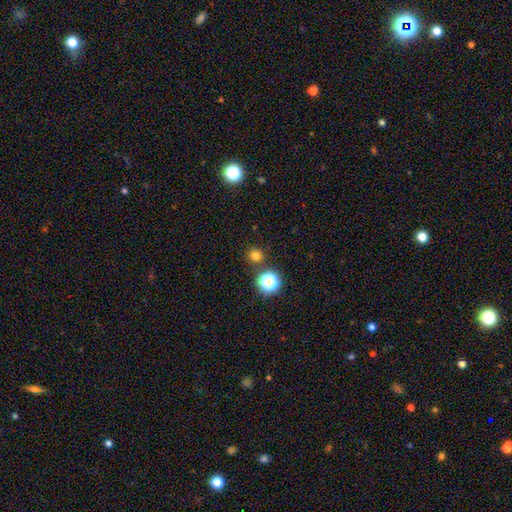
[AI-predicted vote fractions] A smooth galaxy with no disk features (73%) that is round (92%).

Vote fractions:
- Smooth or featured? smooth: 73% / star or artifact: 22% / featured or disk: 5%
- How rounded? round: 92% / in between: 7% / cigar-shaped: 1%
- Merging? none: 85% / minor disturbance: 7% / merger: 5% / major disturbance: 3%